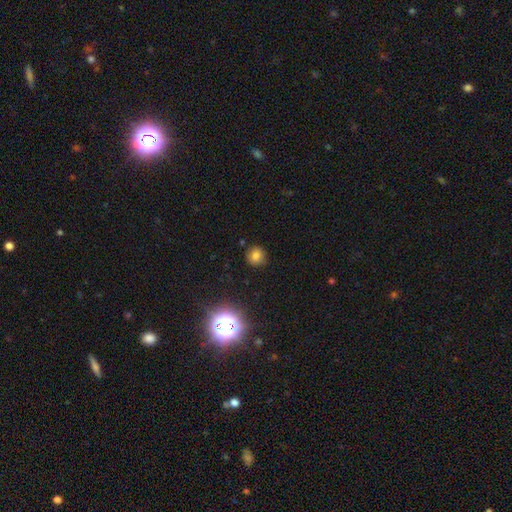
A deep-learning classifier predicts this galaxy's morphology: Smooth or featured? smooth (75%)
How rounded? round (92%)
Merging? none (88%)